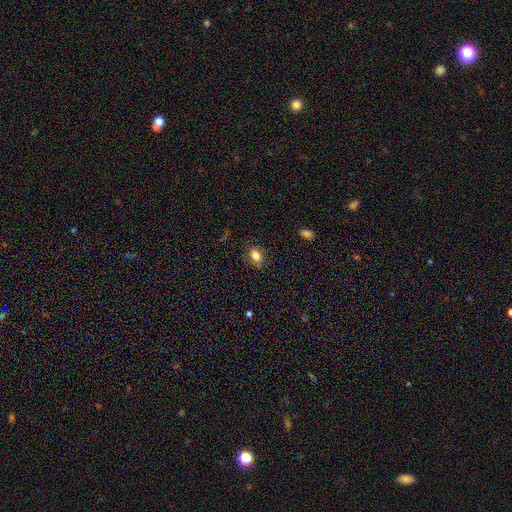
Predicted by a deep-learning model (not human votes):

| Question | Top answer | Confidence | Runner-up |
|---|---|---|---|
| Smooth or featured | smooth | 82% | star or artifact (11%) |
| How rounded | in between | 76% | round (22%) |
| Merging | none | 78% | minor disturbance (16%) |